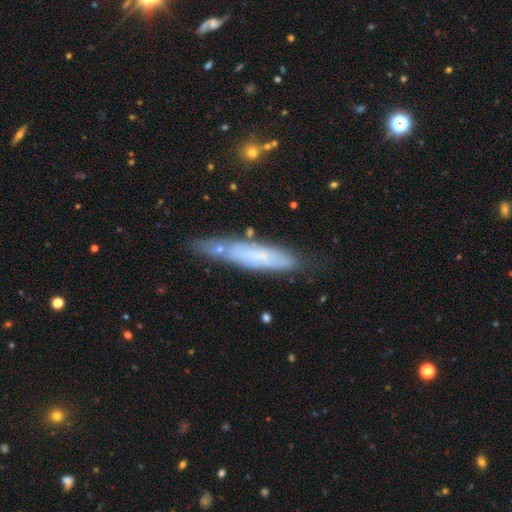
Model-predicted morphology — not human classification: smooth_or_featured: smooth (p=0.54) [alt: featured or disk p=0.37]
how_rounded: cigar-shaped (p=0.84) [alt: in between p=0.14]
merging: none (p=0.70) [alt: minor disturbance p=0.19]